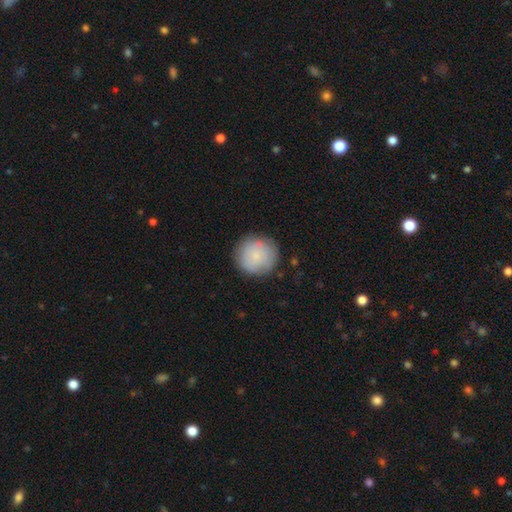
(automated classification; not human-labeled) smooth 82%, featured or disk 12%, star or artifact 6%. Down the decision tree: how rounded — round (94%); merging — none (85%).